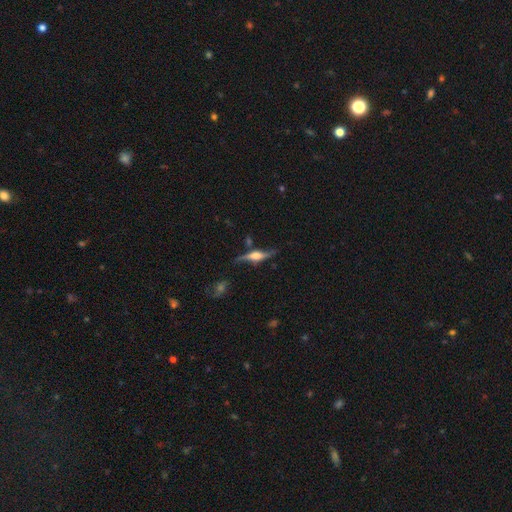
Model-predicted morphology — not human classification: smooth-or-featured: featured or disk: 77% | smooth: 17% | star or artifact: 6%
  disk-edge-on: yes: 88% | no: 12%
    edge-on-bulge: rounded: 87% | boxy: 10% | none: 3%
  merging: none: 69% | minor disturbance: 20% | major disturbance: 7% | merger: 4%